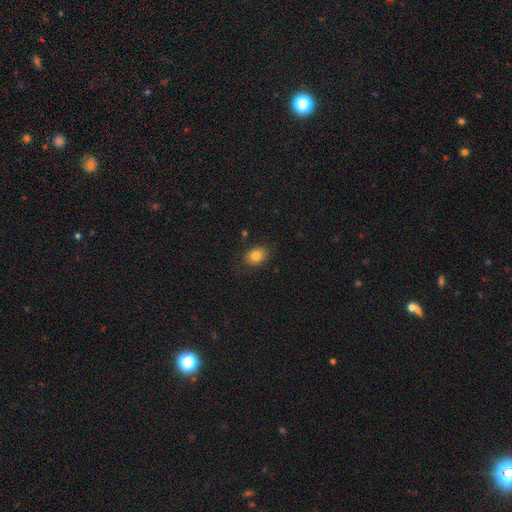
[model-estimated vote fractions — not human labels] Morphology: type=smooth (81%); roundness=in between (68%); merging=none (83%).